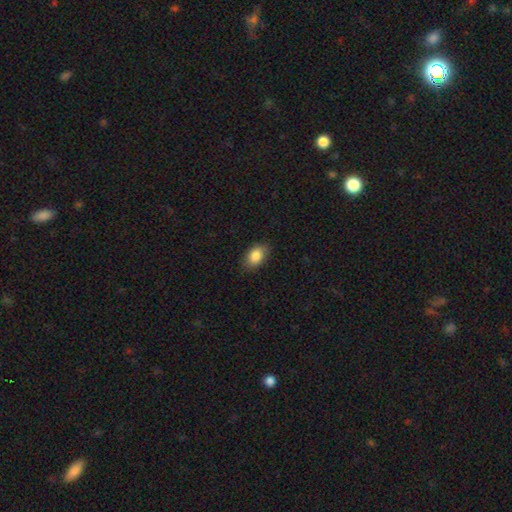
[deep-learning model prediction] Smooth or featured? smooth (86%)
How rounded? in between (89%)
Merging? none (84%)